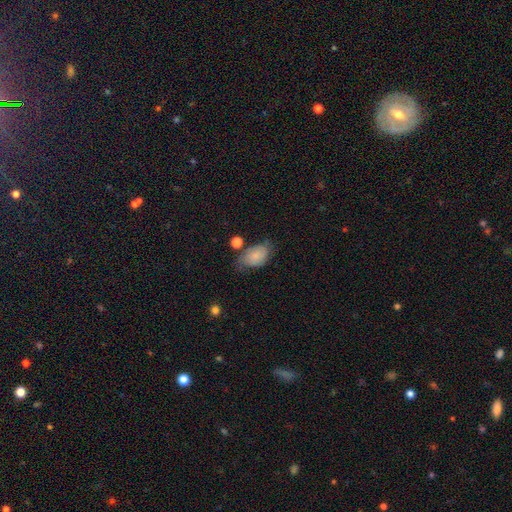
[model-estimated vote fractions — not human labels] This appears to be a smooth galaxy with no disk features (75%) that is in between round and cigar-shaped (89%). Merging: none (52%).